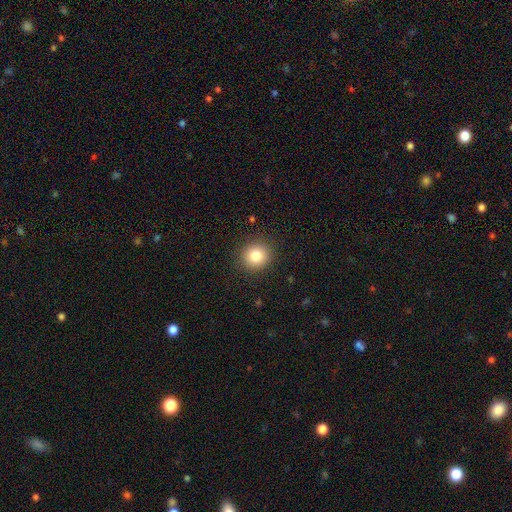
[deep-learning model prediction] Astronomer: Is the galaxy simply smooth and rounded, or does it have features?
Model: smooth — 82%.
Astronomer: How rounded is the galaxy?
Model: round — 89%.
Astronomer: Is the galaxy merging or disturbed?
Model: none — 90%.